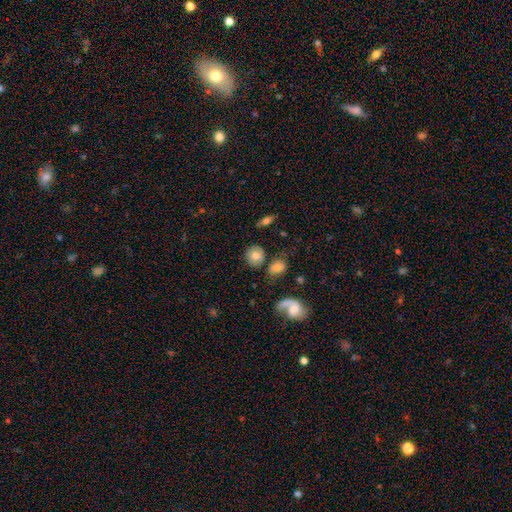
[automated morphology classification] The model was most divided on "how rounded": round: 77%, in between: 22%, cigar-shaped: 1%. More confident: merging — none (75%); smooth or featured — smooth (73%).